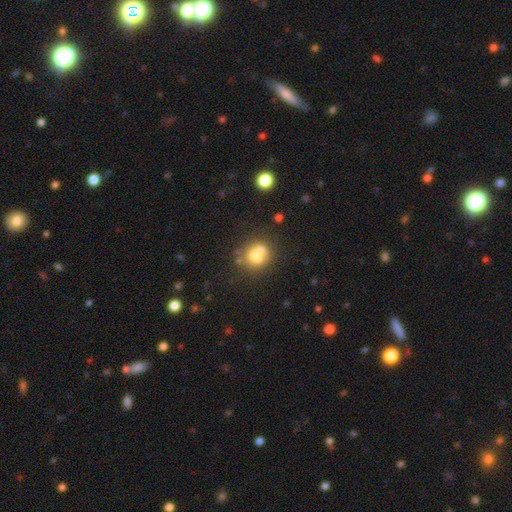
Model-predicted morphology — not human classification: Smooth or featured?
  - smooth: 64% *
  - featured or disk: 23%
  - star or artifact: 12%
How rounded?
  - round: 80% *
  - in between: 19%
  - cigar-shaped: 1%
Merging?
  - none: 44% *
  - merger: 37%
  - minor disturbance: 13%
  - major disturbance: 6%